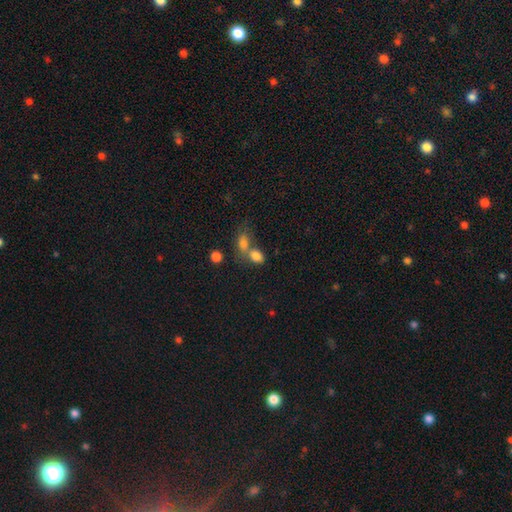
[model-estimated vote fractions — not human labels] Overall: smooth (80%). How rounded: in between (76%). Merging: merger (52%; none 33%).